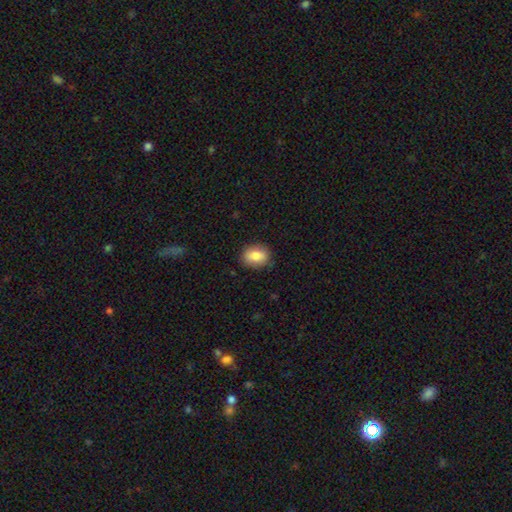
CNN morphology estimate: Smooth or featured?
  - smooth: 83% *
  - featured or disk: 9%
  - star or artifact: 8%
How rounded?
  - in between: 68% *
  - round: 31%
  - cigar-shaped: 1%
Merging?
  - none: 86% *
  - minor disturbance: 11%
  - major disturbance: 3%
  - merger: 1%